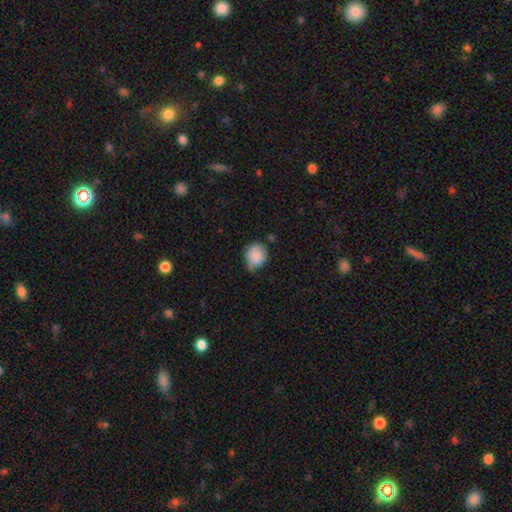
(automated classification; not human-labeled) Morphology: type=smooth (86%); roundness=round (77%); merging=none (56%).